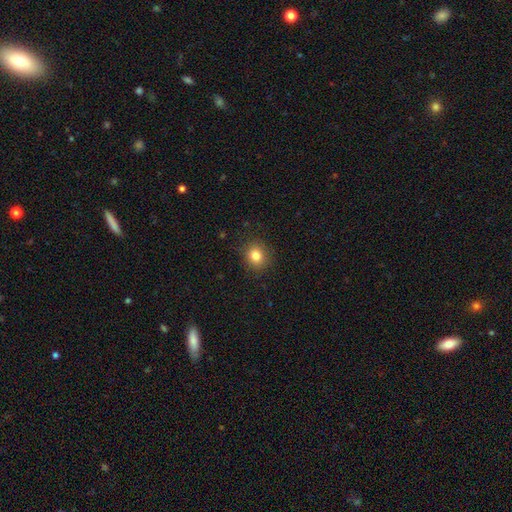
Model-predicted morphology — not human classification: A smooth galaxy with no disk features (82%) that is round (83%).

Vote fractions:
- Smooth or featured? smooth: 82% / star or artifact: 12% / featured or disk: 6%
- How rounded? round: 83% / in between: 16% / cigar-shaped: 1%
- Merging? none: 89% / minor disturbance: 7% / major disturbance: 2% / merger: 1%